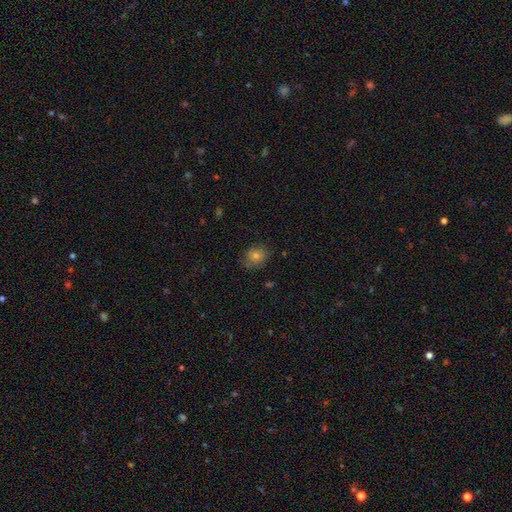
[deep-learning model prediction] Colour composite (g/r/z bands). It shows a smooth galaxy with no disk features (63%) that is round (64%). Merging: none (73%).